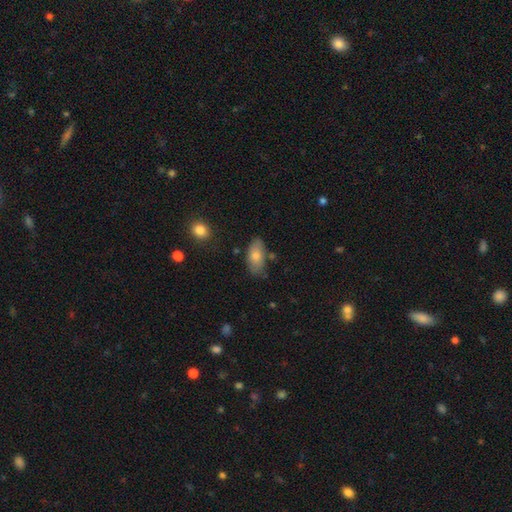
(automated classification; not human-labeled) Smooth or featured?
  - smooth: 73% *
  - featured or disk: 18%
  - star or artifact: 9%
How rounded?
  - in between: 90% *
  - cigar-shaped: 6%
  - round: 4%
Merging?
  - none: 75% *
  - minor disturbance: 18%
  - major disturbance: 4%
  - merger: 3%